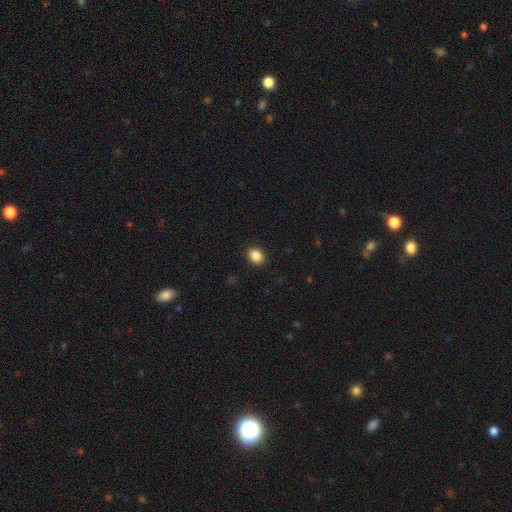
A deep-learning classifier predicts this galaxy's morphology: This is clearly a smooth galaxy (87%). How rounded: possibly round (57%). Merging: clearly none (91%).